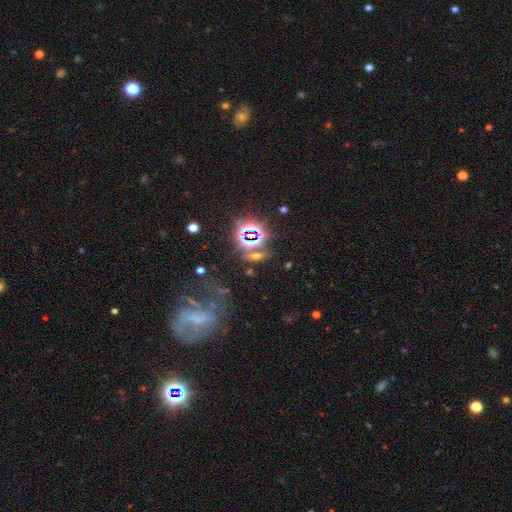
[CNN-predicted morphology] star or artifact 59%, smooth 28%, featured or disk 13%.